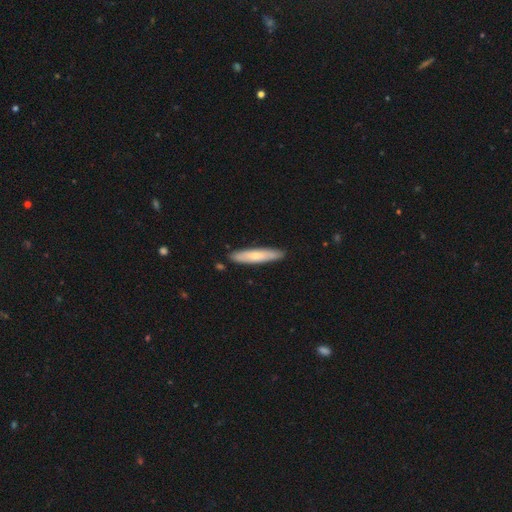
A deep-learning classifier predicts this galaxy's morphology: Smooth or featured?
  - smooth: 64% *
  - featured or disk: 31%
  - star or artifact: 5%
How rounded?
  - cigar-shaped: 87% *
  - in between: 12%
  - round: 1%
Merging?
  - none: 88% *
  - minor disturbance: 9%
  - merger: 2%
  - major disturbance: 2%